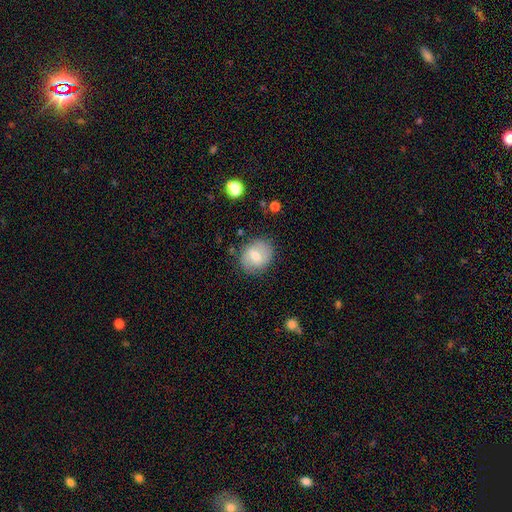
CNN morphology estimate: A smooth galaxy with no disk features (65%) that is round (55%).

Vote fractions:
- Smooth or featured? smooth: 65% / featured or disk: 27% / star or artifact: 8%
- How rounded? round: 55% / in between: 44% / cigar-shaped: 1%
- Merging? none: 77% / minor disturbance: 16% / major disturbance: 5% / merger: 2%